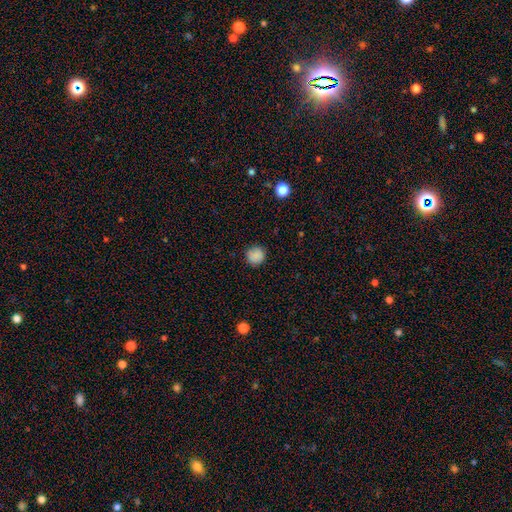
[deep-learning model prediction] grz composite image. It shows a smooth galaxy with no disk features (87%) that is round (93%). Merging: none (89%).